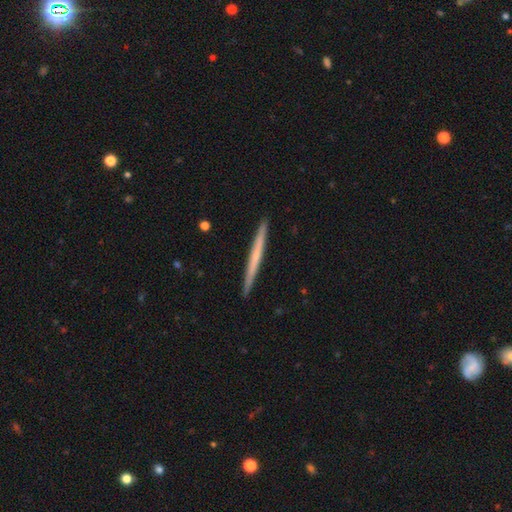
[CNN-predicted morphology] Smooth or featured: featured or disk — 50% (smooth — 44%)
Edge-on disk: yes — 98% (no — 2%)
Merging: none — 93% (minor disturbance — 5%)